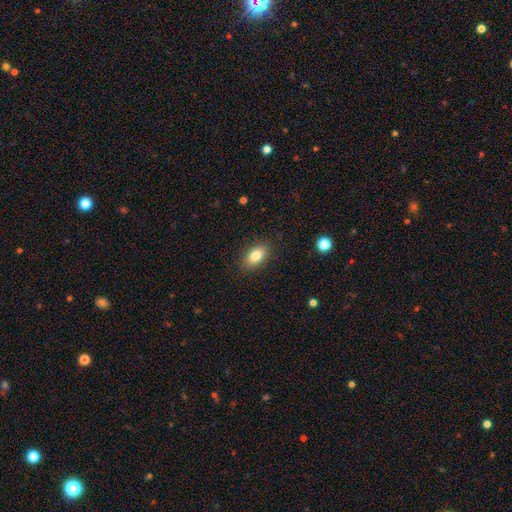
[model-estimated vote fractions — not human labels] Smooth or featured: smooth — 82% (featured or disk — 10%)
How rounded: in between — 89% (round — 7%)
Merging: none — 87% (minor disturbance — 9%)